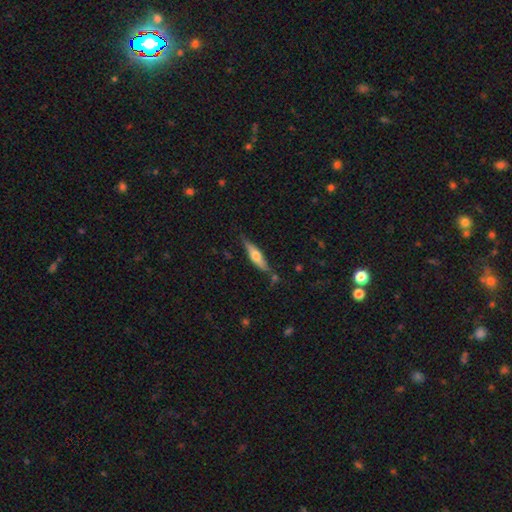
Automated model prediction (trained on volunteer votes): Overall: featured or disk (49%; smooth 46%). Merging: none (73%).